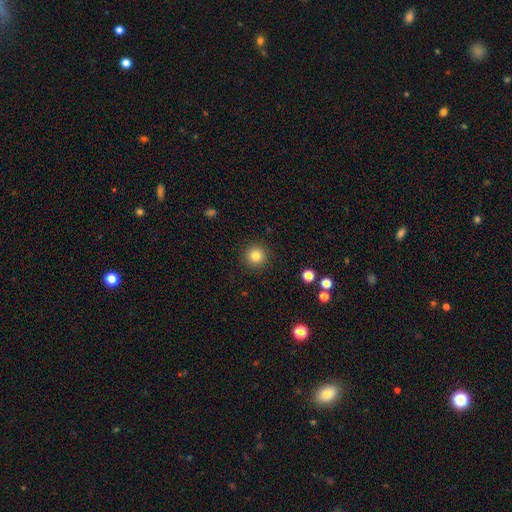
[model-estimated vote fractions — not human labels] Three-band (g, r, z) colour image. It shows a smooth galaxy with no disk features (82%) that is round (95%). Merging: none (92%).